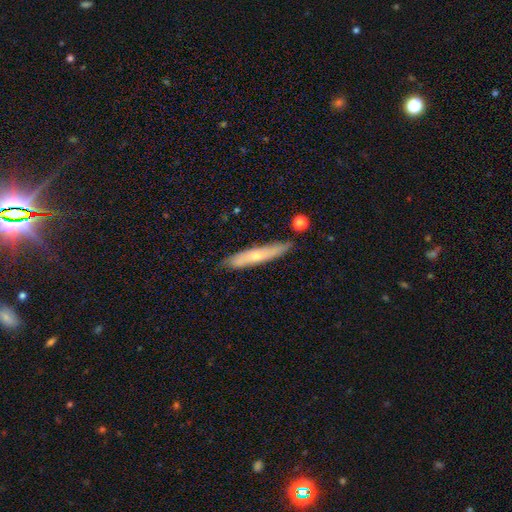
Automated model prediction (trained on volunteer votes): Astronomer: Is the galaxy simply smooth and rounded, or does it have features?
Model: smooth — 51% (runner-up: featured or disk, 43%).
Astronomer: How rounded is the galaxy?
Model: cigar-shaped — 90%.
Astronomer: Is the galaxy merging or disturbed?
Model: none — 79%.